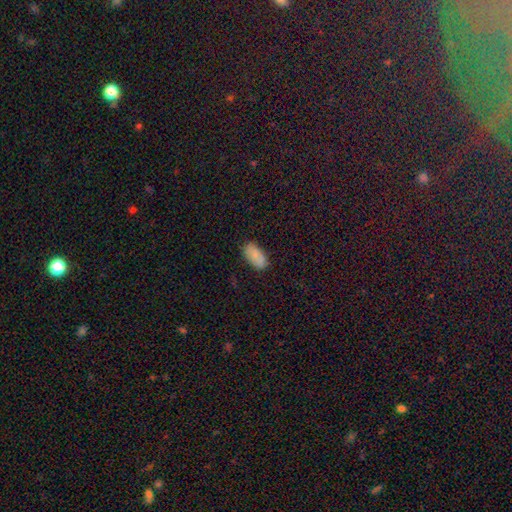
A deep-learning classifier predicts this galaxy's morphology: type=smooth (84%); roundness=in between (94%); merging=none (82%).